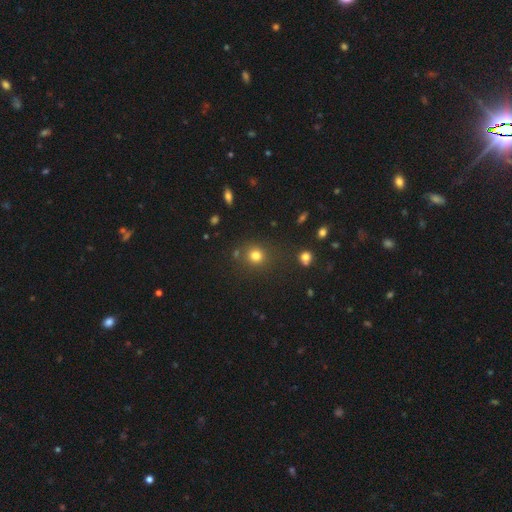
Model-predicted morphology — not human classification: A smooth galaxy with no disk features (78%) that is round (88%). Merging: none (81%).